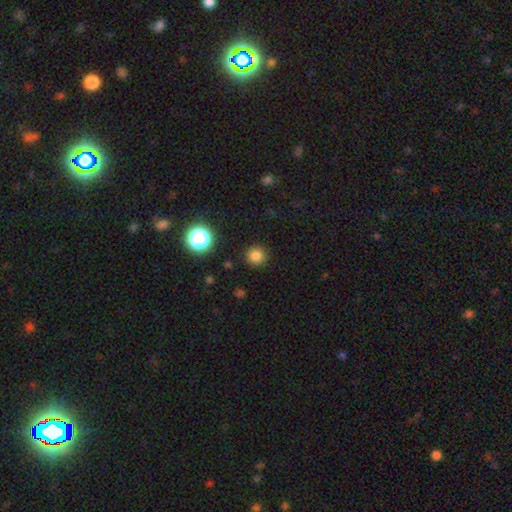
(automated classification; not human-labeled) Smooth or featured? Predicted: smooth (p=0.81). How rounded? Predicted: round (p=0.94). Merging? Predicted: none (p=0.89).